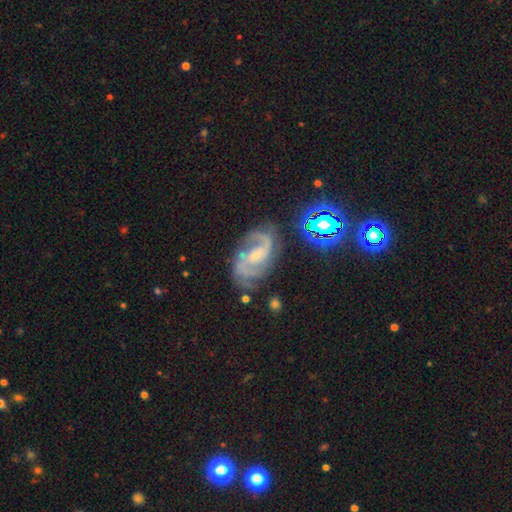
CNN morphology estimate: type=featured or disk (85%); edge-on=no (97%); bar=weak (50%); spiral arms=yes (97%); winding=medium (52%); arm count=2 (73%); bulge=small (57%); merging=none (67%).